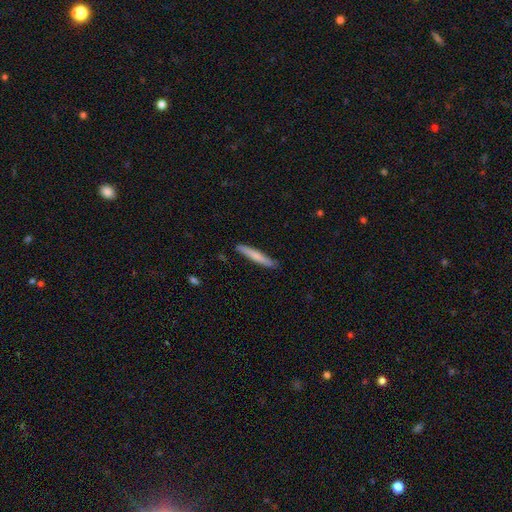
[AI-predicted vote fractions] Overall: smooth (71%). How rounded: cigar-shaped (95%). Merging: none (88%).